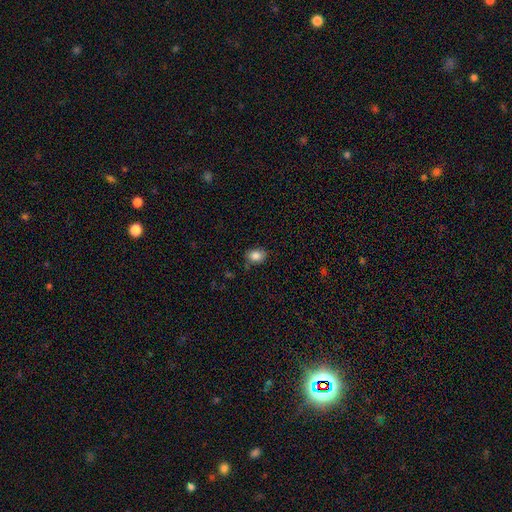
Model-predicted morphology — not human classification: A smooth galaxy with no disk features (85%) that is in between round and cigar-shaped (63%). Merging: none (79%).